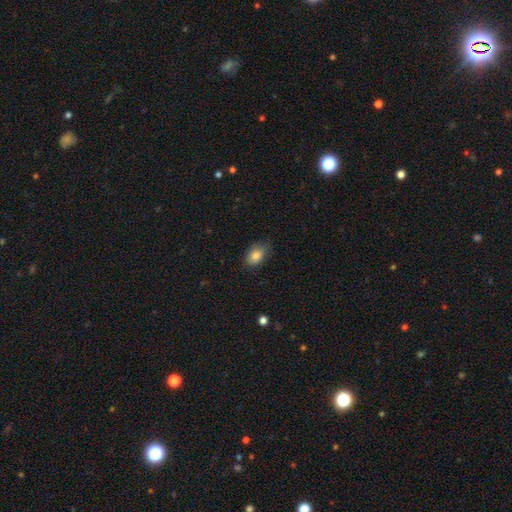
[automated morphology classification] A smooth galaxy with no disk features (84%) that is in between round and cigar-shaped (86%). Merging: none (75%).